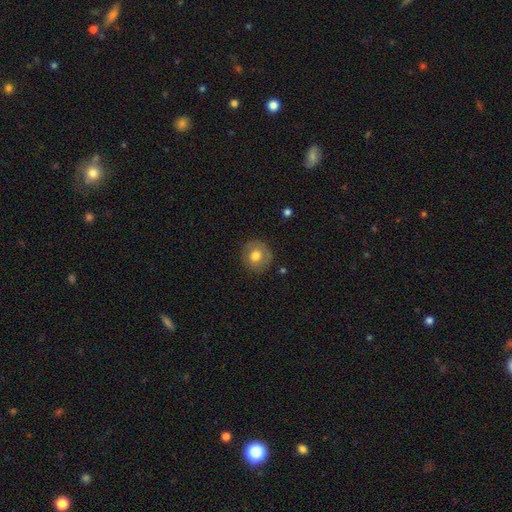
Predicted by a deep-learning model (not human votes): smooth_or_featured: smooth (p=0.65) [alt: featured or disk p=0.27]
how_rounded: round (p=0.90) [alt: in between p=0.09]
merging: none (p=0.85) [alt: minor disturbance p=0.11]